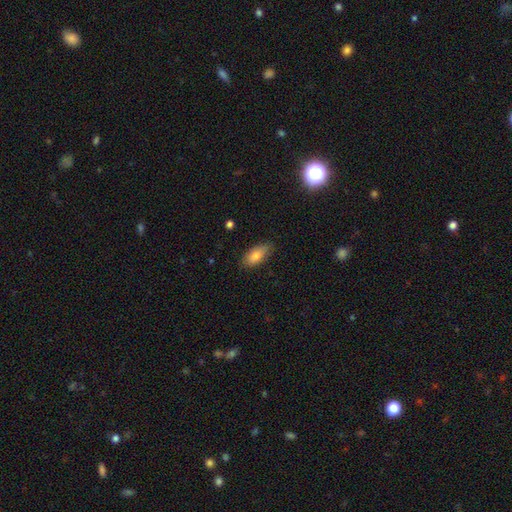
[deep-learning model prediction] Q: Smooth or featured?
A: smooth (79%); runner-up: featured or disk (15%)
Q: How rounded?
A: in between (87%); runner-up: cigar-shaped (11%)
Q: Merging?
A: none (81%); runner-up: minor disturbance (15%)